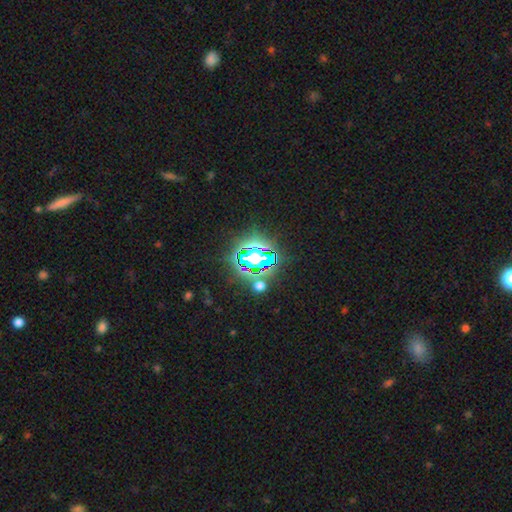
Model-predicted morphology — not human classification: smooth-or-featured: star or artifact: 71% | smooth: 18% | featured or disk: 11%